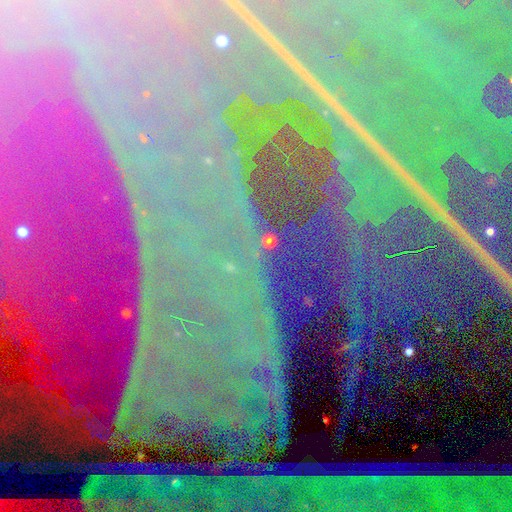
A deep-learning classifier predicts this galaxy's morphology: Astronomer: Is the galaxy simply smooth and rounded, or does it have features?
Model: star or artifact — 89%.